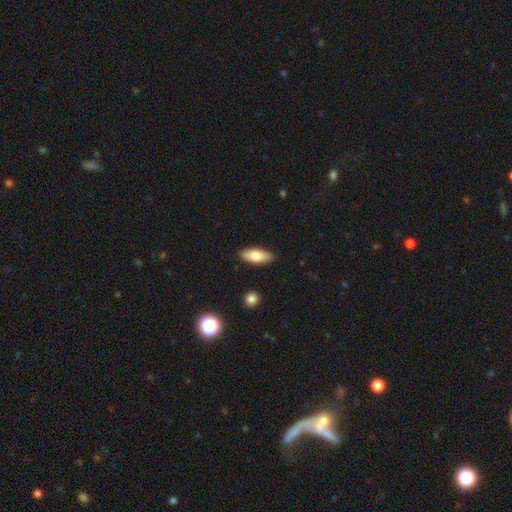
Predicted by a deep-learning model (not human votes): smooth-or-featured: smooth: 75% | featured or disk: 19% | star or artifact: 6%
  how-rounded: in between: 78% | cigar-shaped: 20% | round: 3%
  merging: none: 88% | minor disturbance: 9% | major disturbance: 2% | merger: 1%